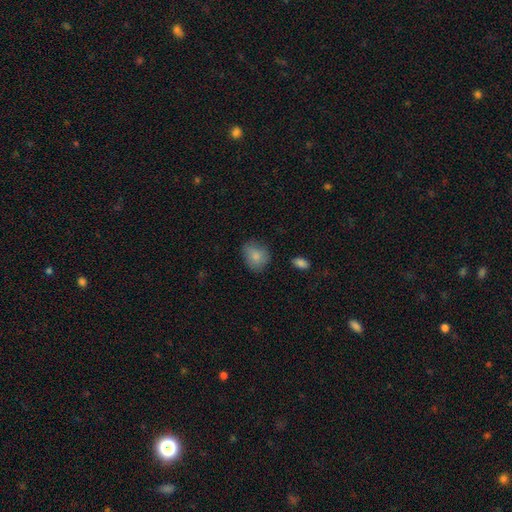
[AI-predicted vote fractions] A smooth galaxy with no disk features (83%) that is round (58%).

Vote fractions:
- Smooth or featured? smooth: 83% / featured or disk: 9% / star or artifact: 8%
- How rounded? round: 58% / in between: 41% / cigar-shaped: 1%
- Merging? none: 70% / minor disturbance: 23% / major disturbance: 5% / merger: 2%